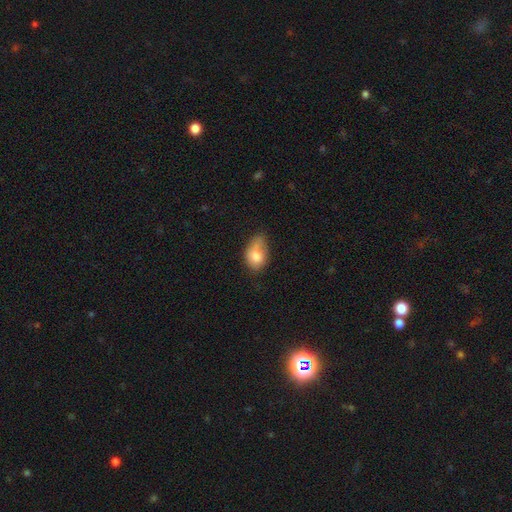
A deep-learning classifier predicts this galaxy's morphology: Q: Smooth or featured?
A: smooth (78%); runner-up: featured or disk (14%)
Q: How rounded?
A: in between (81%); runner-up: round (18%)
Q: Merging?
A: minor disturbance (41%); runner-up: none (32%)